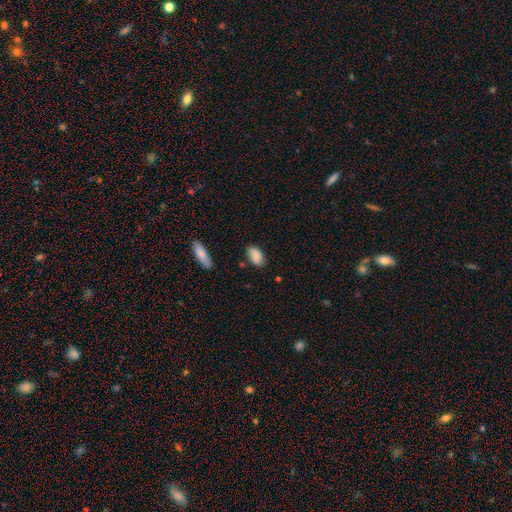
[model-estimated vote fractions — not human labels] smooth-or-featured: smooth: 83% | featured or disk: 10% | star or artifact: 7%
  how-rounded: in between: 92% | round: 5% | cigar-shaped: 3%
  merging: none: 77% | minor disturbance: 16% | merger: 4% | major disturbance: 3%